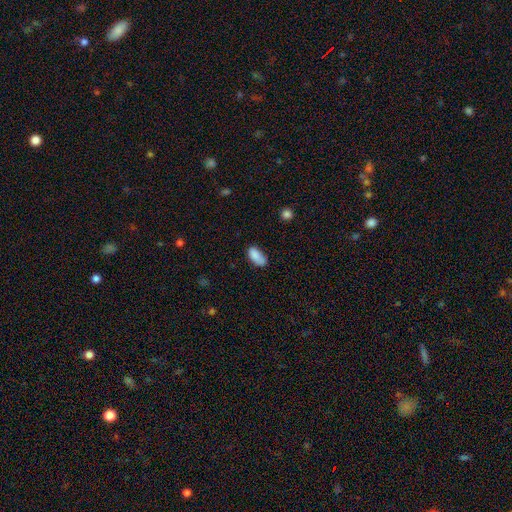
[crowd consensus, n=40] smooth 90%, featured or disk 5%, star or artifact 5%. Down the decision tree: how rounded — in between (92%); merging — none (66%).